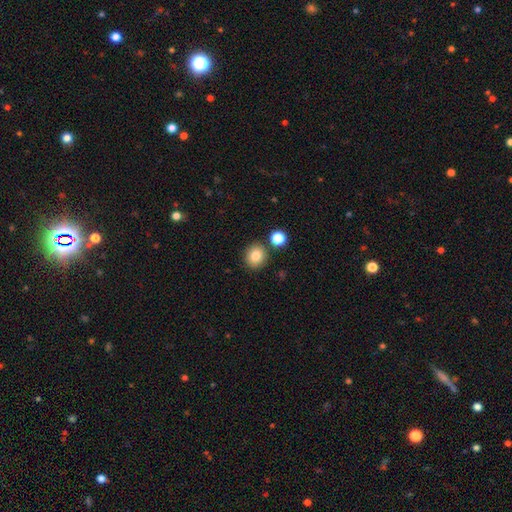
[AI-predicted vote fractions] The model was most divided on "how rounded": round: 82%, in between: 17%, cigar-shaped: 1%. More confident: smooth or featured — smooth (83%); merging — none (82%).